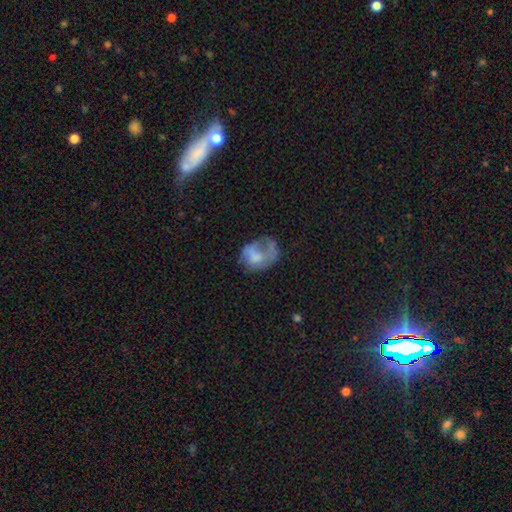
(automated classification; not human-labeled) smooth 53%, featured or disk 38%, star or artifact 9%. Down the decision tree: how rounded — in between (58%); merging — major disturbance (39%).